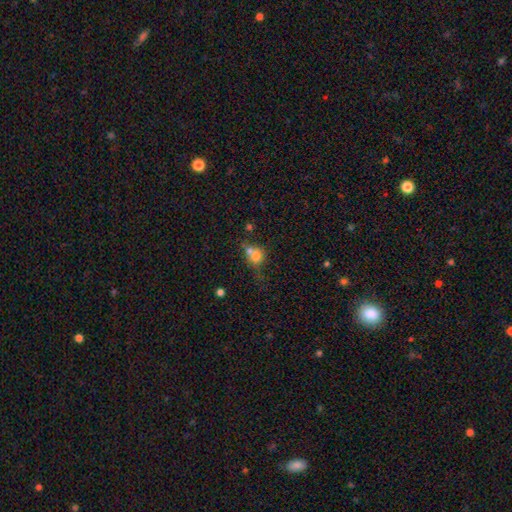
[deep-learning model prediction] smooth 73%, featured or disk 15%, star or artifact 13%. Down the decision tree: how rounded — round (73%); merging — merger (47%).